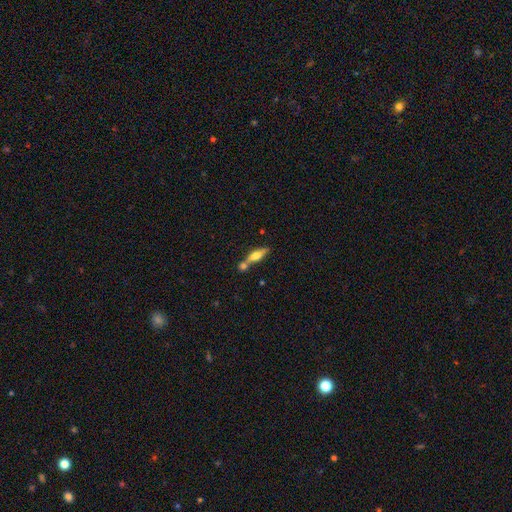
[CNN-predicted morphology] Smooth or featured?
  - smooth: 50% *
  - featured or disk: 44%
  - star or artifact: 7%
Merging?
  - none: 53% *
  - merger: 32%
  - minor disturbance: 11%
  - major disturbance: 4%